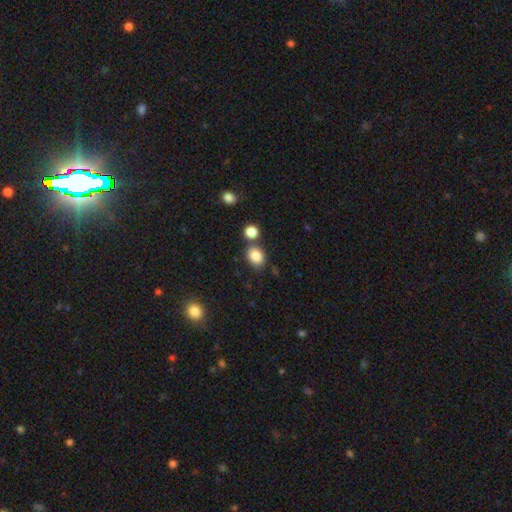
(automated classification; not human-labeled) This appears to be a smooth galaxy with no disk features (84%) that is in between round and cigar-shaped (51%). Merging: none (69%).